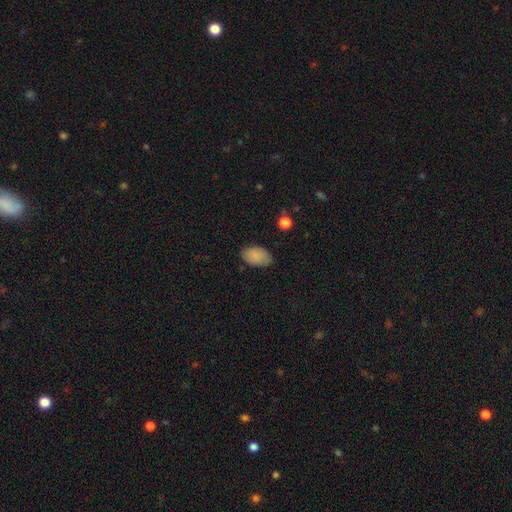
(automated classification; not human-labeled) Q: Smooth or featured?
A: smooth (87%); runner-up: star or artifact (7%)
Q: How rounded?
A: in between (92%); runner-up: round (6%)
Q: Merging?
A: none (80%); runner-up: minor disturbance (16%)